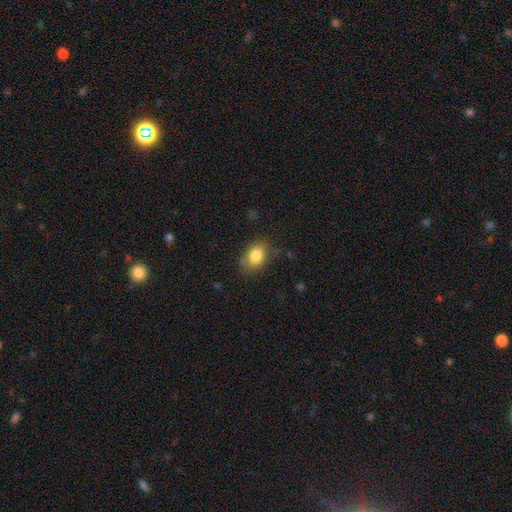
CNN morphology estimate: smooth 83%, featured or disk 9%, star or artifact 9%. Down the decision tree: how rounded — in between (75%); merging — none (72%).